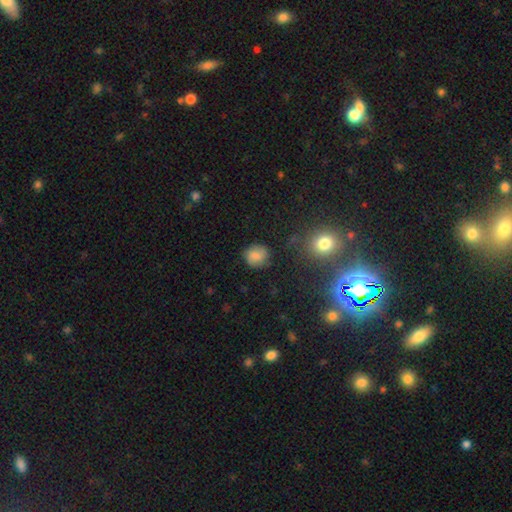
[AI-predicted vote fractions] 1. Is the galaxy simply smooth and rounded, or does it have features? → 76% smooth, 13% featured or disk, 11% star or artifact.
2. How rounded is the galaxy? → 81% round, 18% in between, 1% cigar-shaped.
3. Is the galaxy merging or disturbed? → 78% none, 15% minor disturbance, 4% major disturbance, 2% merger.